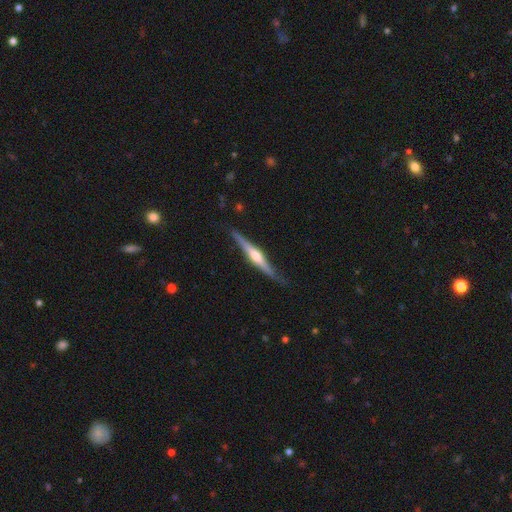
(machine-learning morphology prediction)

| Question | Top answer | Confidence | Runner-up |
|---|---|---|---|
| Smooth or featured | featured or disk | 72% | smooth (23%) |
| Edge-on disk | yes | 97% | no (3%) |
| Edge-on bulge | rounded | 84% | boxy (9%) |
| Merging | none | 82% | minor disturbance (14%) |